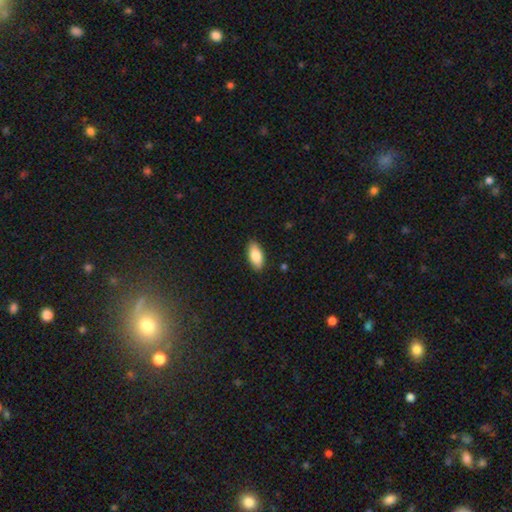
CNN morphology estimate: Smooth or featured? Predicted: smooth (p=0.84). How rounded? Predicted: in between (p=0.89). Merging? Predicted: none (p=0.88).